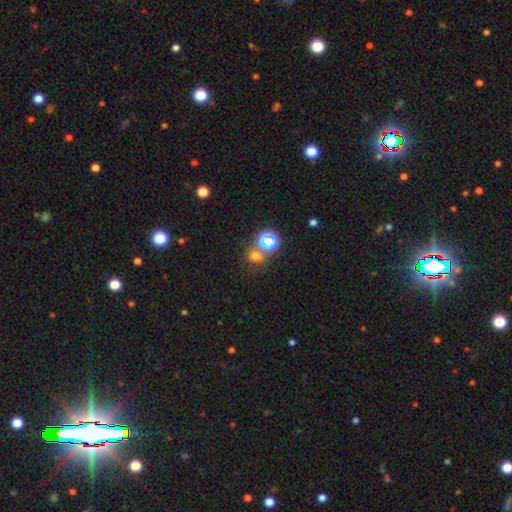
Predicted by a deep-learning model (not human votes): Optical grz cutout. It shows a smooth galaxy with no disk features (54%) that is round (68%). Merging: none (63%).